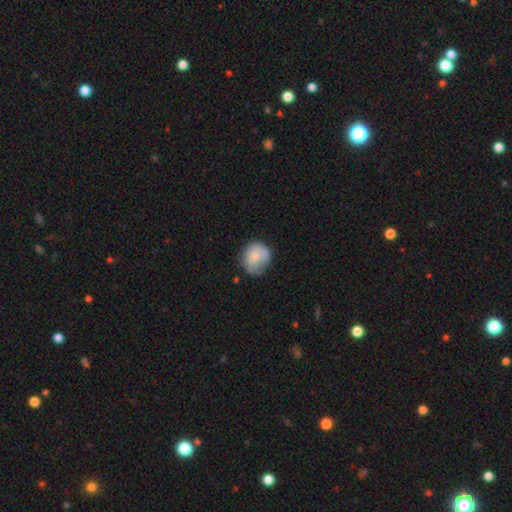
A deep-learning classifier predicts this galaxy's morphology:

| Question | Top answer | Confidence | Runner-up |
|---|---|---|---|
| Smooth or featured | smooth | 62% | featured or disk (31%) |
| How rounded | round | 72% | in between (27%) |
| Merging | none | 52% | minor disturbance (31%) |